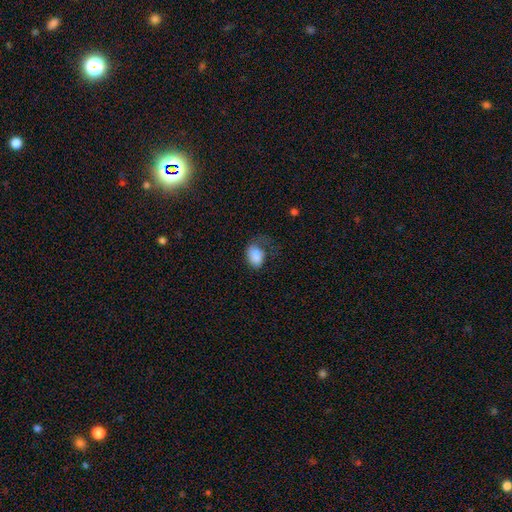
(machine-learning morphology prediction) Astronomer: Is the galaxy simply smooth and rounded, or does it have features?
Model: smooth — 81%.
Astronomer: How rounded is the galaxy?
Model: in between — 83%.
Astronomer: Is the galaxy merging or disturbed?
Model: major disturbance — 40% (runner-up: none, 28%).